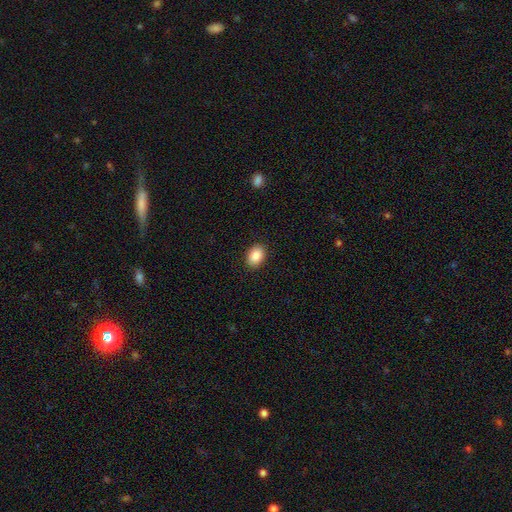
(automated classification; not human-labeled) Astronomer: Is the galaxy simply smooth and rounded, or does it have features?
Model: smooth — 88%.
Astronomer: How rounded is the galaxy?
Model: in between — 76%.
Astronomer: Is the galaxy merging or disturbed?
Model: none — 89%.